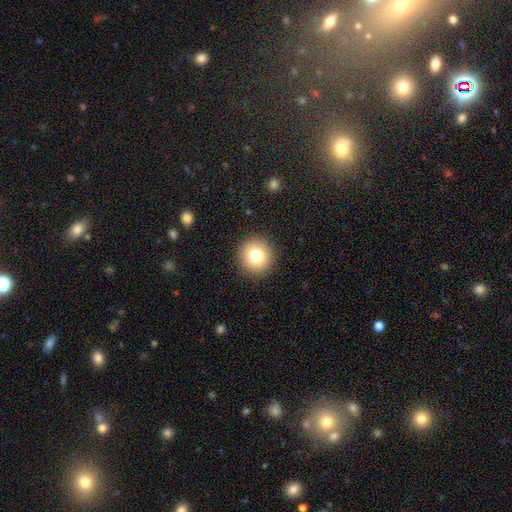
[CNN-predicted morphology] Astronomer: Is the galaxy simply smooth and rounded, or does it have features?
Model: smooth — 79%.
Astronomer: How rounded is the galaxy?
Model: round — 92%.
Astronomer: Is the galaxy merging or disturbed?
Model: none — 92%.